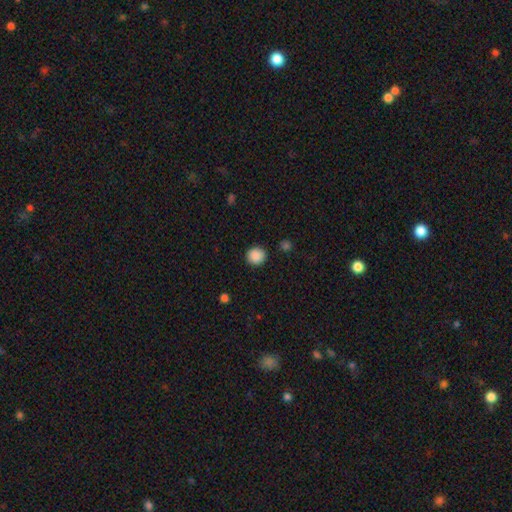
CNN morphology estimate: smooth 88%, star or artifact 9%, featured or disk 3%. Down the decision tree: how rounded — round (91%); merging — none (90%).